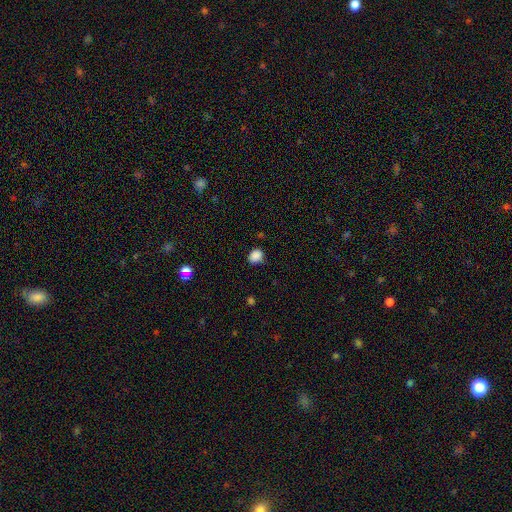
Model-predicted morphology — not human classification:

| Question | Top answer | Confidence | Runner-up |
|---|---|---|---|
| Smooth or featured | smooth | 86% | star or artifact (10%) |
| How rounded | round | 60% | in between (39%) |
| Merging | none | 74% | minor disturbance (20%) |